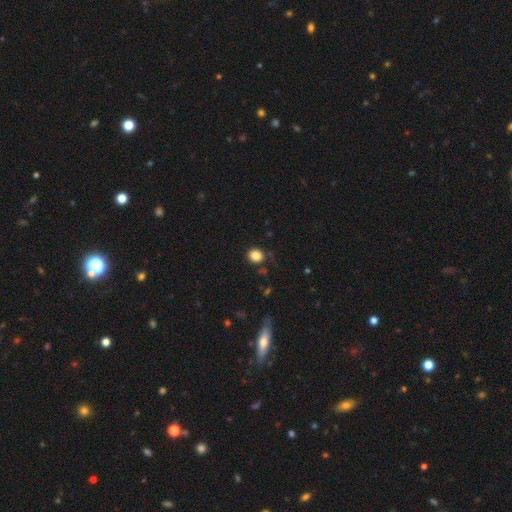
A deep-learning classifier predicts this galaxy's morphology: A smooth galaxy with no disk features (85%) that is round (81%). Merging: none (84%).